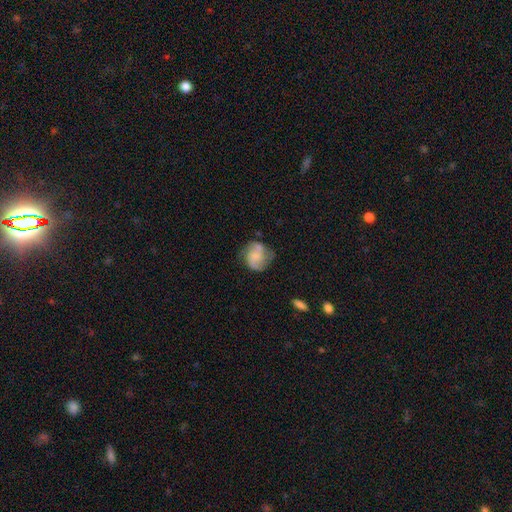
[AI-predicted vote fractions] Smooth or featured?
  - featured or disk: 57% *
  - smooth: 36%
  - star or artifact: 8%
Edge-on disk?
  - no: 98% *
  - yes: 2%
Bar?
  - no: 64% *
  - weak: 30%
  - strong: 6%
Spiral arms?
  - yes: 87% *
  - no: 13%
Bulge size?
  - small: 35% *
  - none: 32%
  - moderate: 23%
  - large: 7%
  - dominant: 2%
Merging?
  - none: 60% *
  - minor disturbance: 24%
  - major disturbance: 12%
  - merger: 4%